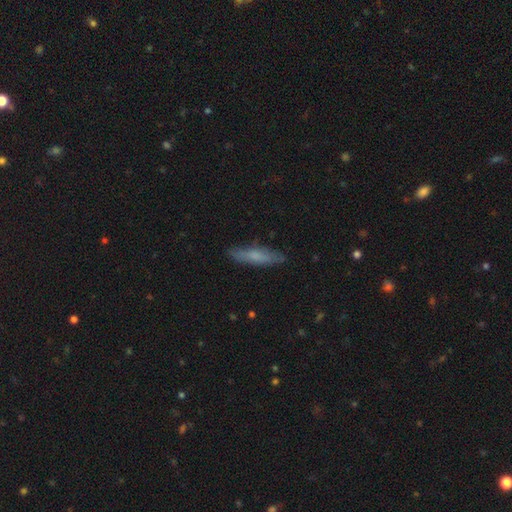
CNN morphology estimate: Smooth or featured? Predicted: smooth (p=0.64). How rounded? Predicted: cigar-shaped (p=0.81). Merging? Predicted: none (p=0.83).